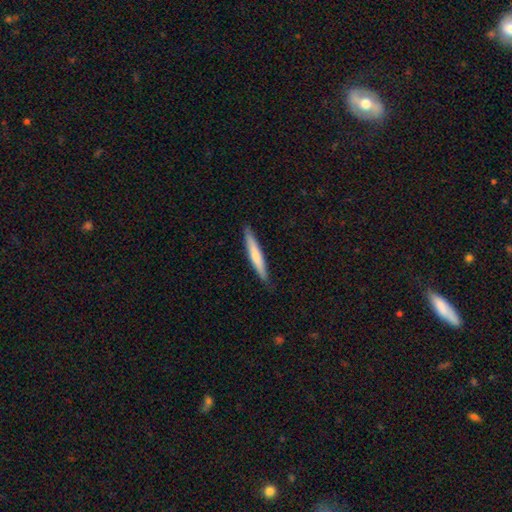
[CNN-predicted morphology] A smooth galaxy with no disk features (64%) that is cigar-shaped (95%). Merging: none (88%).